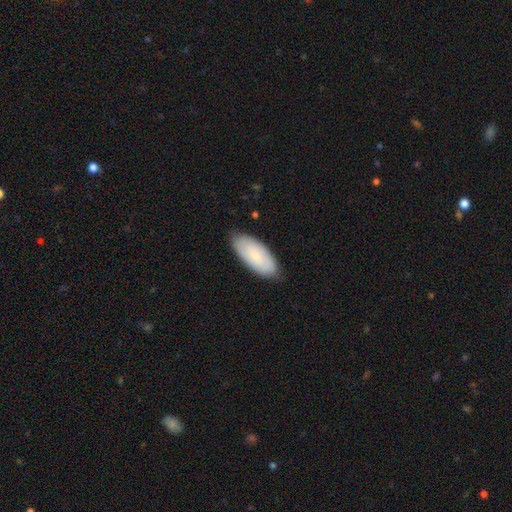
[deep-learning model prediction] Morphology: type=smooth (72%); roundness=in between (89%); merging=none (82%).